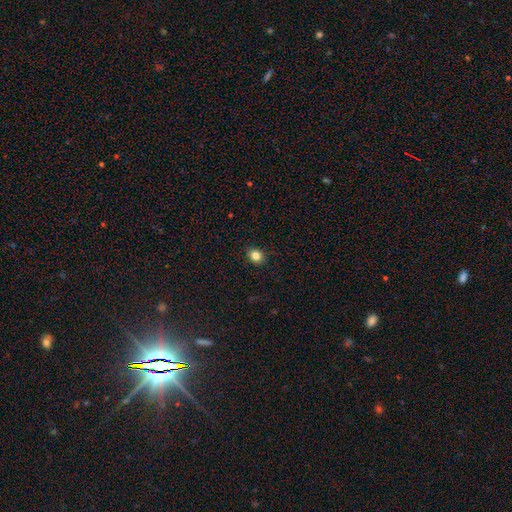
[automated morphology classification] Smooth or featured? smooth (83%)
How rounded? round (66%)
Merging? none (91%)